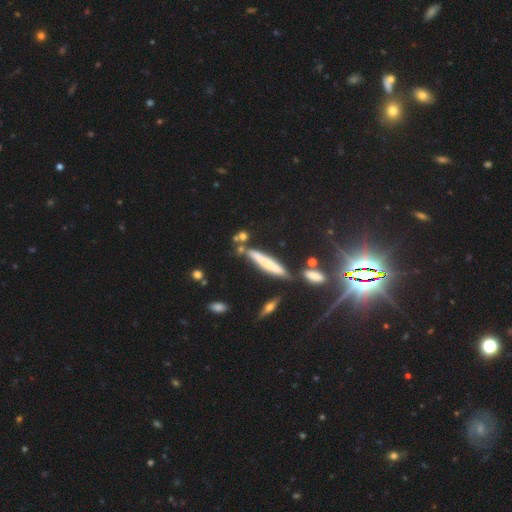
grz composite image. It shows a smooth galaxy with no disk features (68%) that is cigar-shaped (89%). Merging: none (75%).